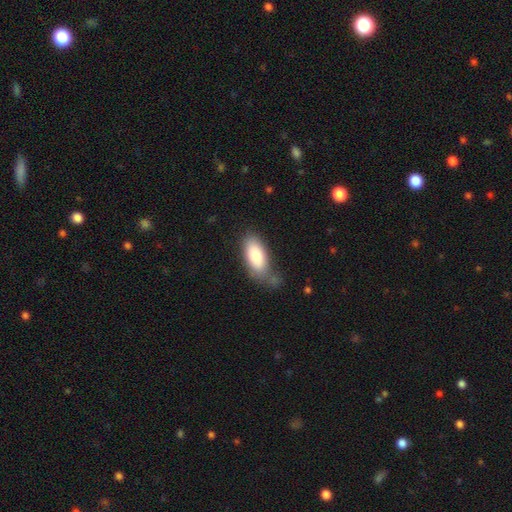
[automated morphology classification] Smooth or featured: smooth — 80% (featured or disk — 13%)
How rounded: in between — 87% (cigar-shaped — 11%)
Merging: none — 55% (minor disturbance — 26%)